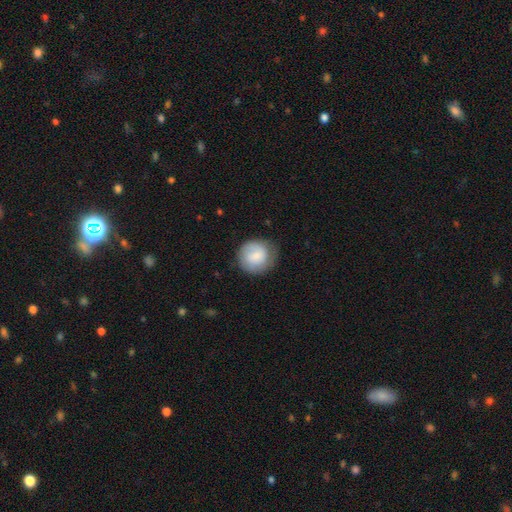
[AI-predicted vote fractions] smooth-or-featured: smooth: 72% | featured or disk: 22% | star or artifact: 7%
  how-rounded: round: 89% | in between: 10% | cigar-shaped: 1%
  merging: none: 74% | minor disturbance: 19% | major disturbance: 6% | merger: 1%